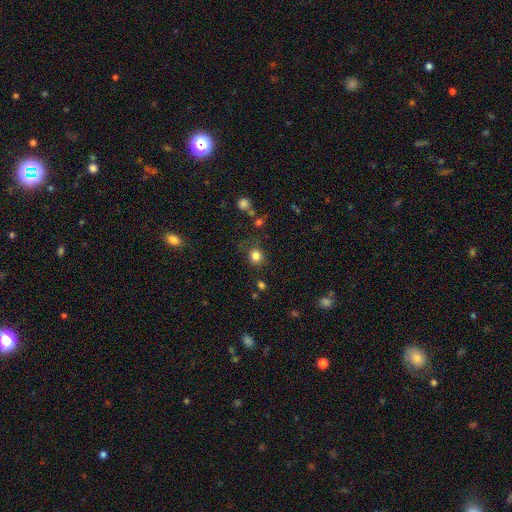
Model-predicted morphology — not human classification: Overall: smooth (82%). How rounded: round (84%). Merging: none (77%).